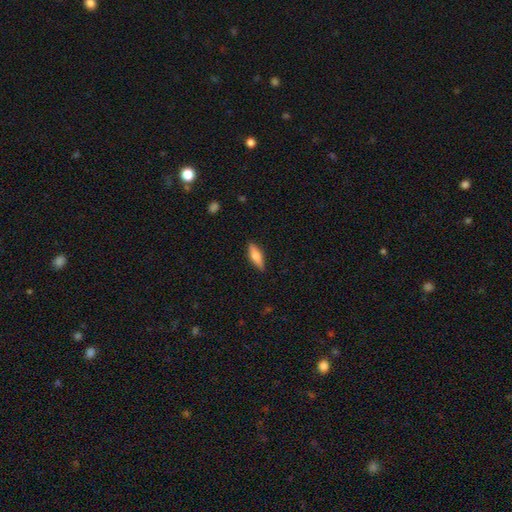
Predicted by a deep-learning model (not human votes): This appears to be a smooth galaxy with no disk features (57%) that is cigar-shaped (51%). Merging: none (88%).